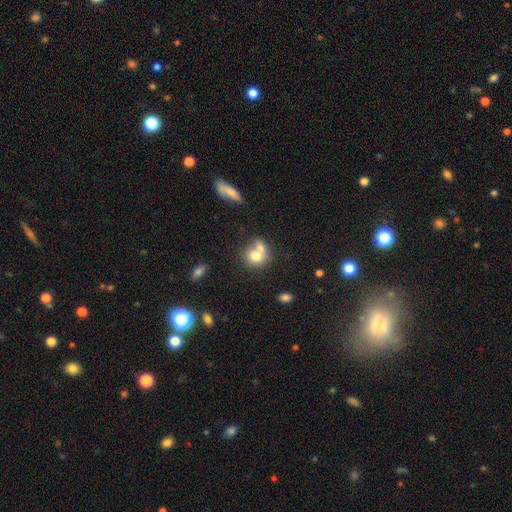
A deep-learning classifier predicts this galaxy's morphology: Overall: smooth (73%). How rounded: round (71%). Merging: merger (52%; none 32%).